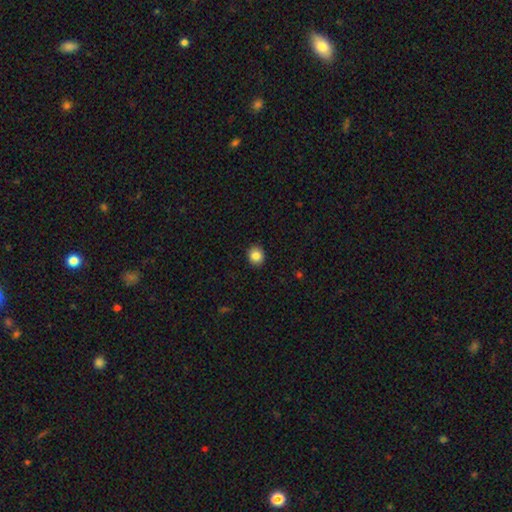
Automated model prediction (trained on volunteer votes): Overall: smooth (86%). How rounded: round (74%). Merging: none (91%).